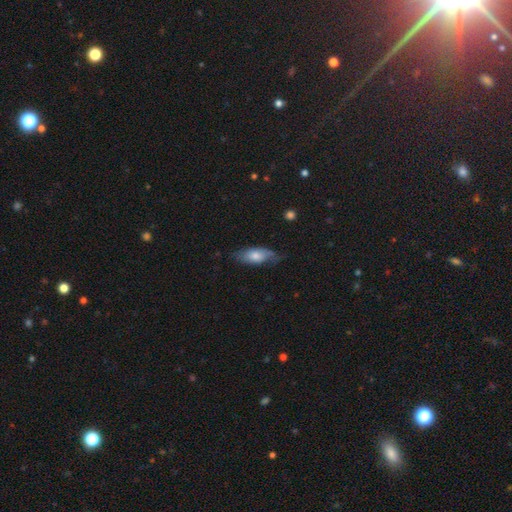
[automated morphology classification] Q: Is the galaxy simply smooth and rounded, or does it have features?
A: smooth — 65%.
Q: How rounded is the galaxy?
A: in between — 83%.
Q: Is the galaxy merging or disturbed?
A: none — 57%.